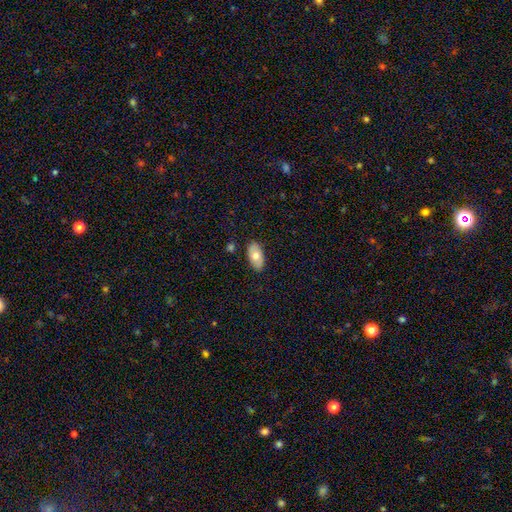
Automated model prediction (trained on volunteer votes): smooth 71%, featured or disk 23%, star or artifact 6%. Down the decision tree: how rounded — in between (94%); merging — none (85%).